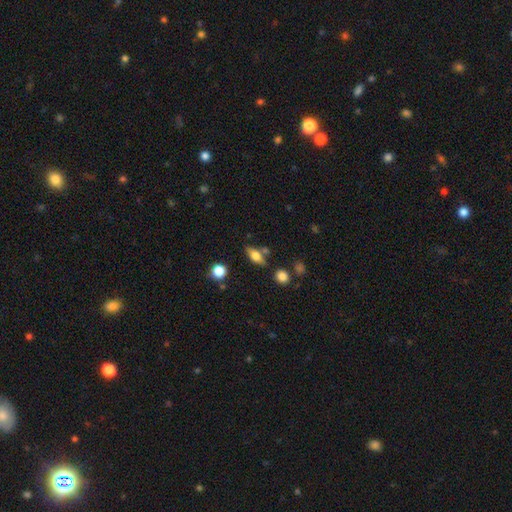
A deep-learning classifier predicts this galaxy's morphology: This appears to be a smooth galaxy with no disk features (64%) that is in between round and cigar-shaped (75%). Merging: none (72%).